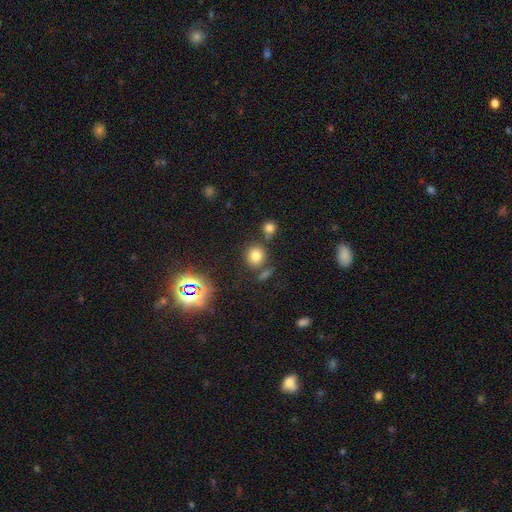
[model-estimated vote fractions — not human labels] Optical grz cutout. It shows a smooth galaxy with no disk features (74%) that is round (78%). Merging: none (73%).